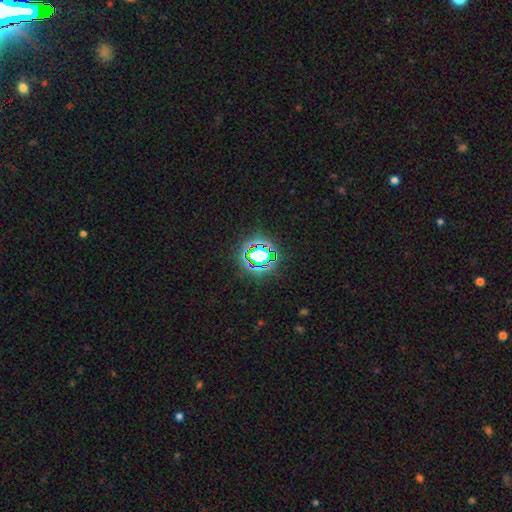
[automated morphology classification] type=star or artifact (66%).